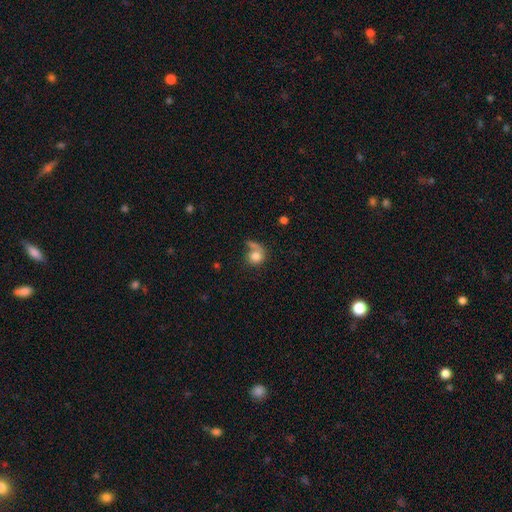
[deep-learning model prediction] smooth 74%, featured or disk 17%, star or artifact 9%. Down the decision tree: how rounded — round (74%); merging — none (38%).